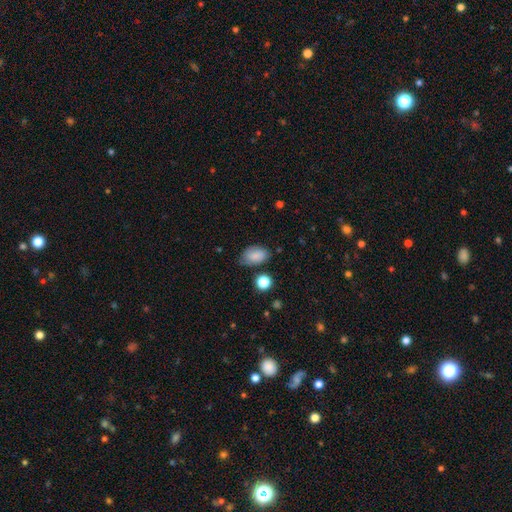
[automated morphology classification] Overall: smooth (81%). How rounded: in between (87%). Merging: none (64%; minor disturbance 26%).